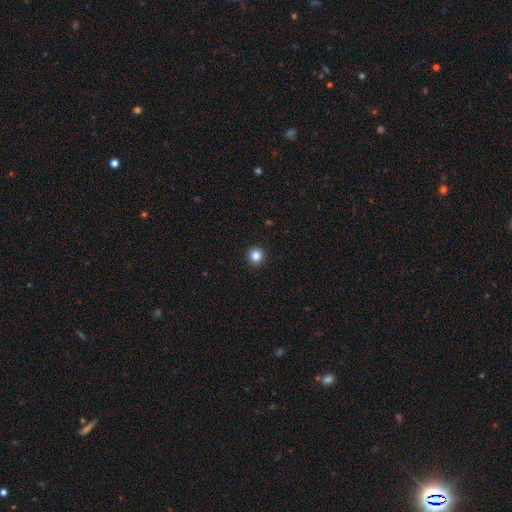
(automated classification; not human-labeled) Overall: smooth (84%). How rounded: round (96%). Merging: none (93%).